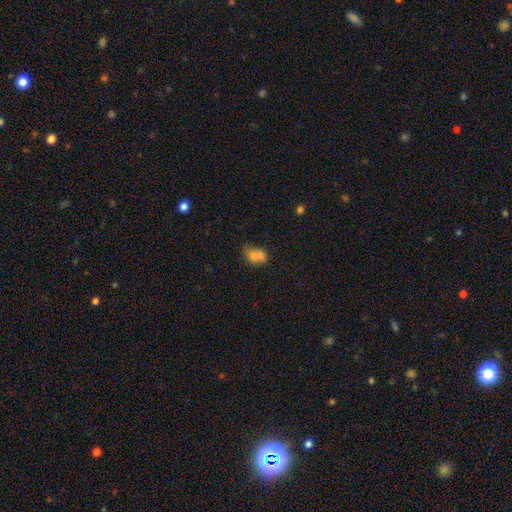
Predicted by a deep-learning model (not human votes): Morphology: type=smooth (70%); roundness=in between (60%); merging=merger (46%).